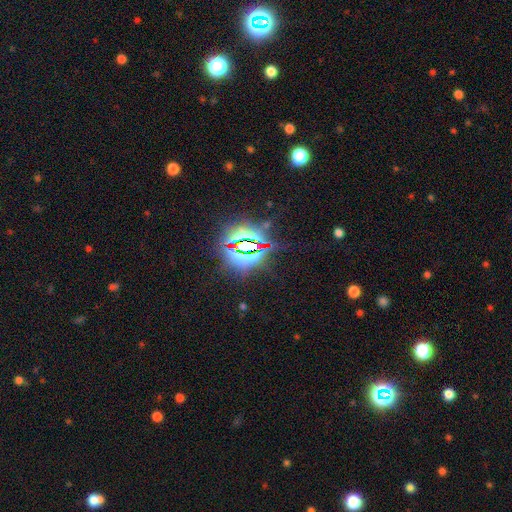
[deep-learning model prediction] Smooth or featured: star or artifact — 82% (smooth — 10%)